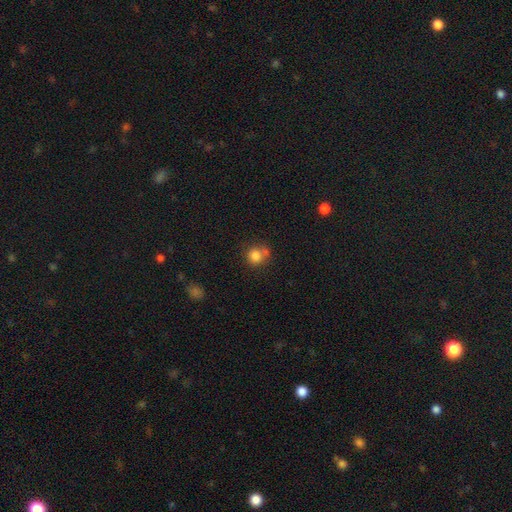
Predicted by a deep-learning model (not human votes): A smooth galaxy with no disk features (82%) that is round (86%). Merging: none (57%).